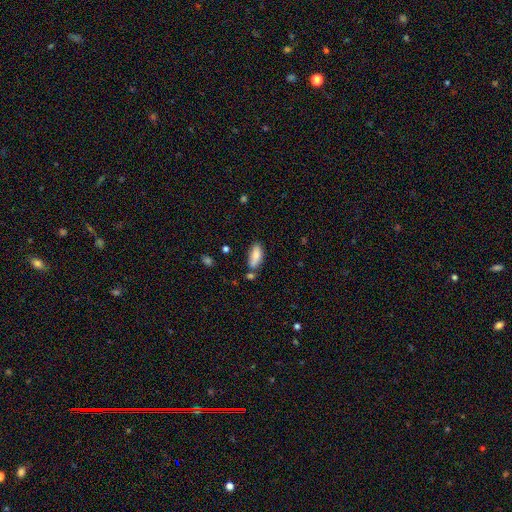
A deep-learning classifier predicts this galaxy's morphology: Overall: smooth (82%). How rounded: in between (83%). Merging: none (62%).